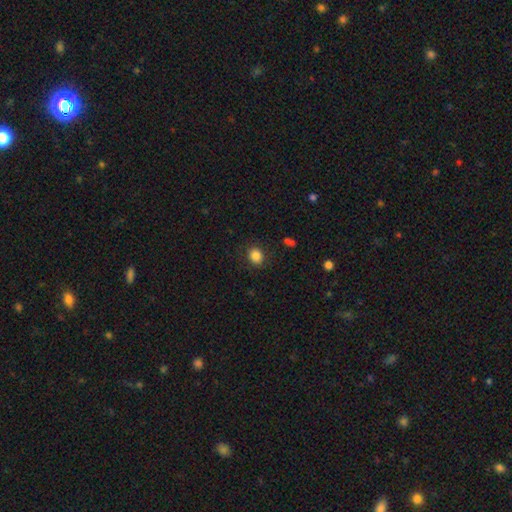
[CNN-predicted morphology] This appears to be a smooth galaxy with no disk features (85%) that is round (63%). Merging: none (86%).